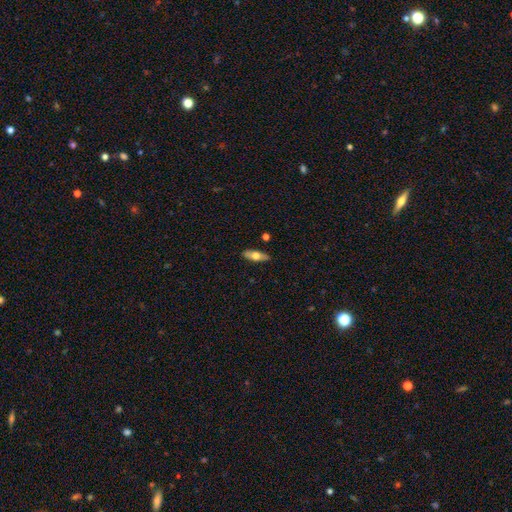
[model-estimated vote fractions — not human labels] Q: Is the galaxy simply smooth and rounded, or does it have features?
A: smooth — 57%.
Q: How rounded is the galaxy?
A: in between — 70%.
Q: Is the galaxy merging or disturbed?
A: none — 86%.